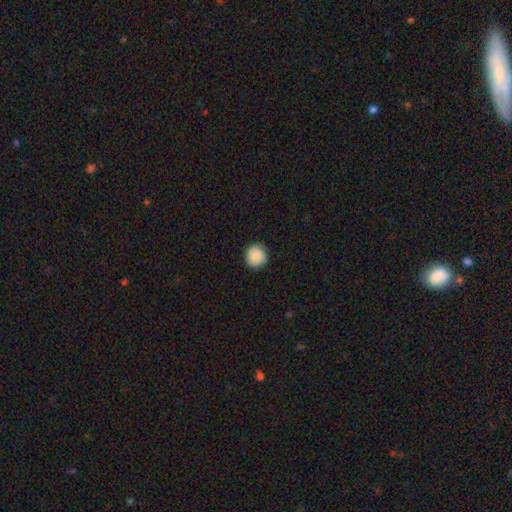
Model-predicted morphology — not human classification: A smooth galaxy with no disk features (87%) that is round (94%).

Vote fractions:
- Smooth or featured? smooth: 87% / star or artifact: 7% / featured or disk: 5%
- How rounded? round: 94% / in between: 5% / cigar-shaped: 1%
- Merging? none: 88% / minor disturbance: 8% / major disturbance: 2% / merger: 1%